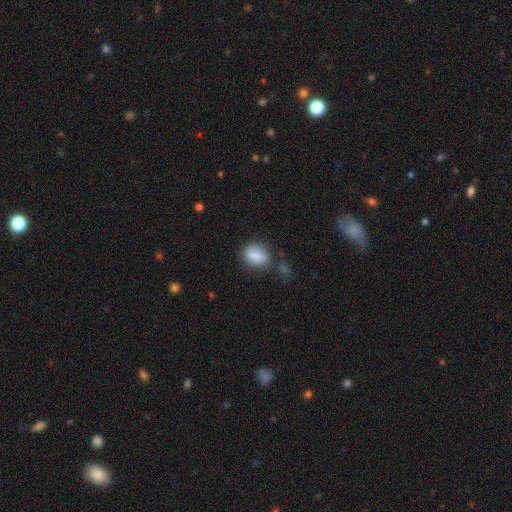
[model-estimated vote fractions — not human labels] Morphology: type=smooth (83%); roundness=in between (60%); merging=none (59%).